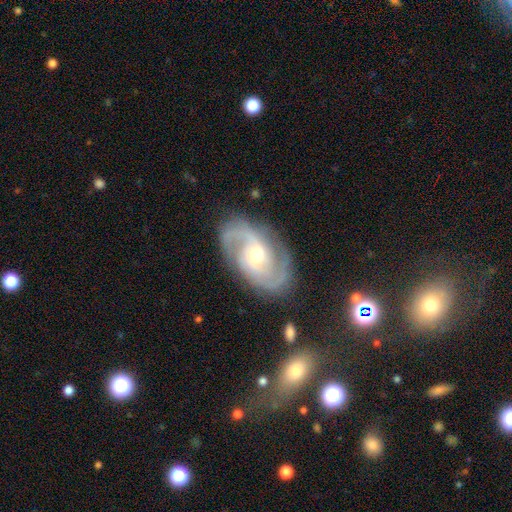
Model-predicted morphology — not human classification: This appears to be a featured or disk galaxy (89%) with no bar (48%), 2 (82%) medium (53%) spiral arms (97%) and a moderate central bulge (58%). Merging: none (81%).